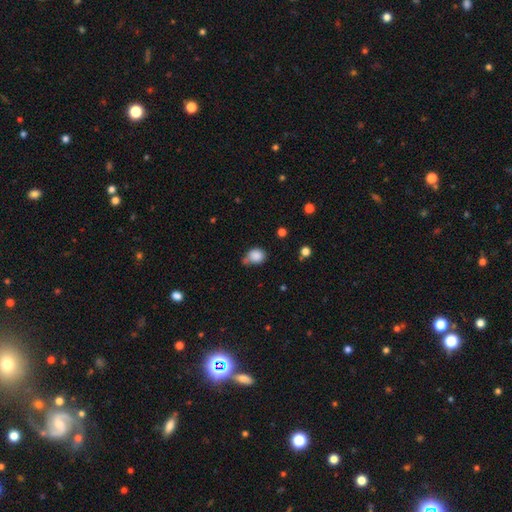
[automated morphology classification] Smooth or featured? smooth (85%)
How rounded? round (65%)
Merging? none (45%)